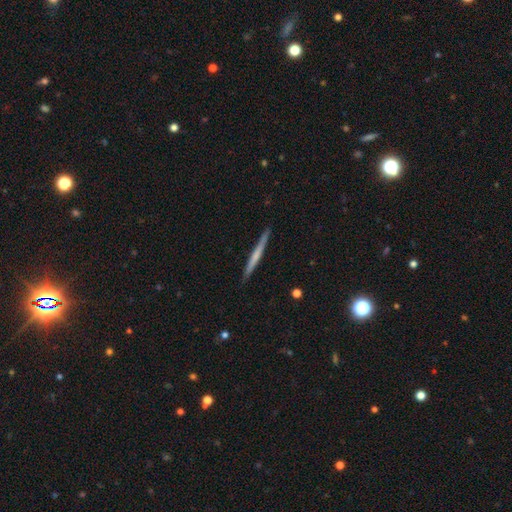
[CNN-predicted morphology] type=featured or disk (50%); edge-on=yes (98%); merging=none (90%).